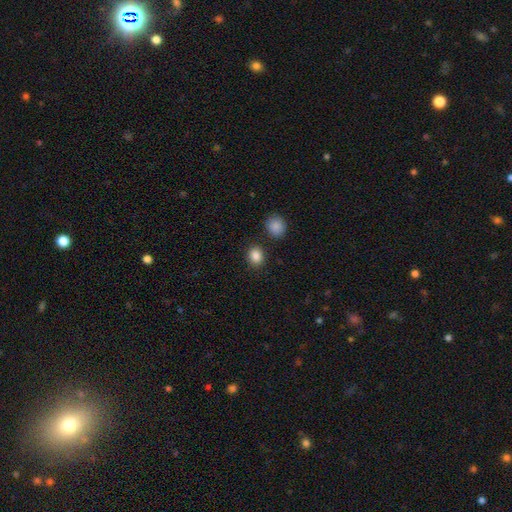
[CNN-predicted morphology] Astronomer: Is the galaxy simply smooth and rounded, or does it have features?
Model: smooth — 87%.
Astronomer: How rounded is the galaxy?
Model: round — 54% (runner-up: in between, 45%).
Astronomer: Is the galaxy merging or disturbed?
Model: none — 83%.